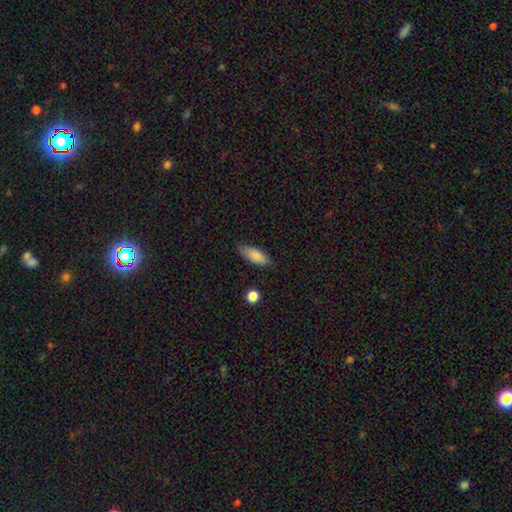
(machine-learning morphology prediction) Smooth or featured: smooth — 84% (featured or disk — 9%)
How rounded: in between — 70% (cigar-shaped — 28%)
Merging: none — 82% (minor disturbance — 14%)